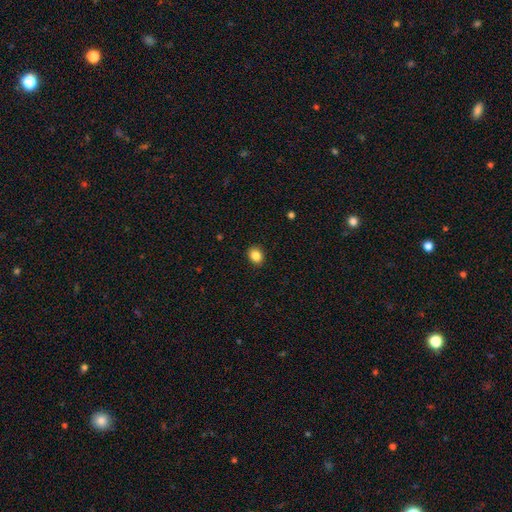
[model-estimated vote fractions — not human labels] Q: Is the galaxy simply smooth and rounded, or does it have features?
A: smooth — 85%.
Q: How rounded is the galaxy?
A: in between — 51%.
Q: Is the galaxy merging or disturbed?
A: none — 90%.